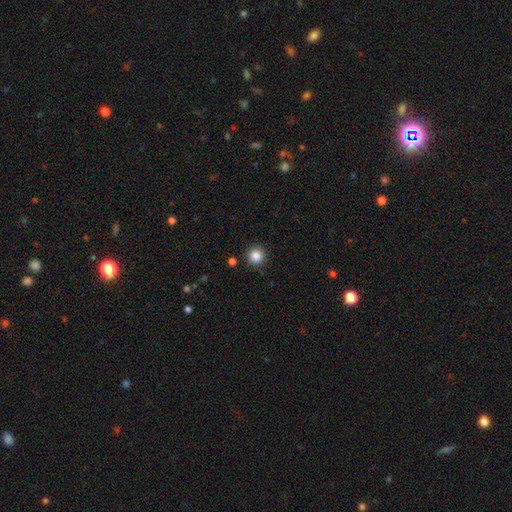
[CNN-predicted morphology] Smooth or featured?
  - smooth: 86% *
  - star or artifact: 11%
  - featured or disk: 4%
How rounded?
  - round: 95% *
  - in between: 4%
  - cigar-shaped: 1%
Merging?
  - none: 91% *
  - minor disturbance: 6%
  - major disturbance: 2%
  - merger: 2%